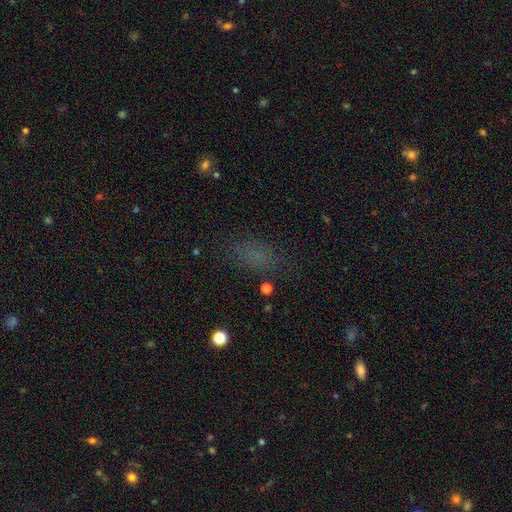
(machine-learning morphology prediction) A smooth galaxy with no disk features (67%) that is in between round and cigar-shaped (79%). Merging: none (75%).